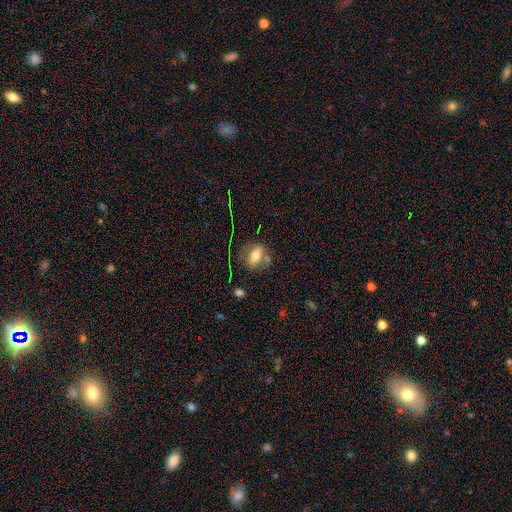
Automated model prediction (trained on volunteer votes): Overall: smooth (59%; featured or disk 29%). How rounded: in between (69%). Merging: none (63%).